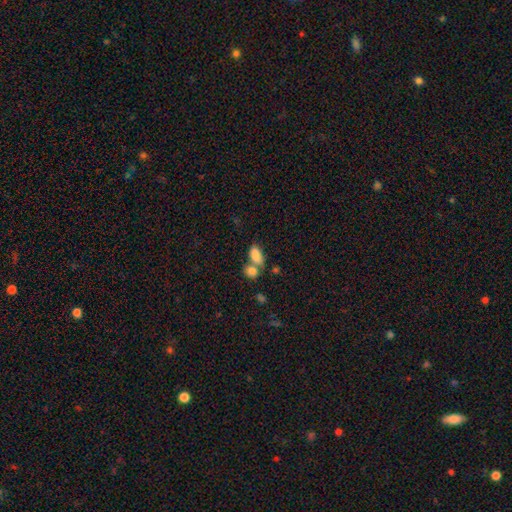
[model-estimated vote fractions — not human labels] Smooth or featured? Predicted: smooth (p=0.85). How rounded? Predicted: in between (p=0.90). Merging? Predicted: merger (p=0.48).